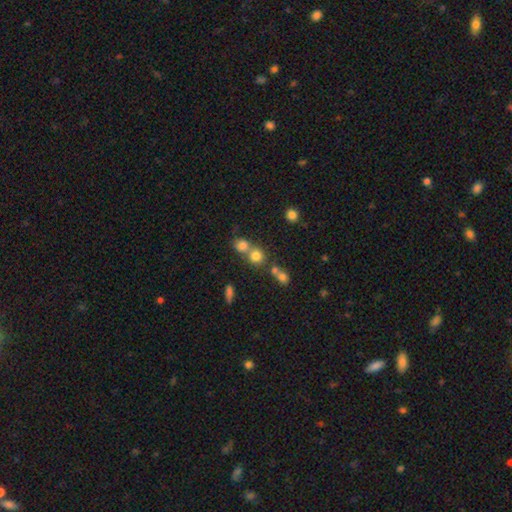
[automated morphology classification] type=smooth (75%); roundness=round (84%); merging=none (47%).